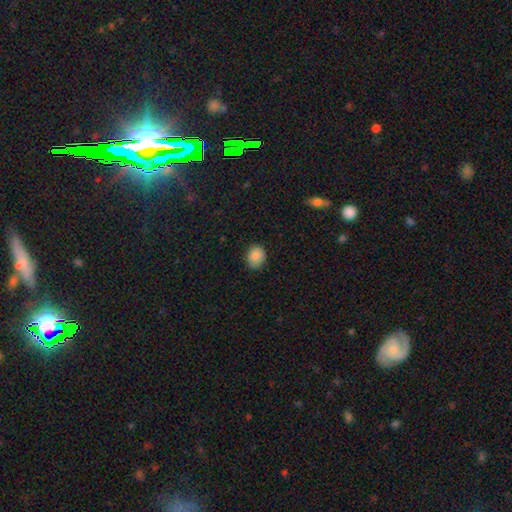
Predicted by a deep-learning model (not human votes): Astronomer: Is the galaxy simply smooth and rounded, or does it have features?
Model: smooth — 87%.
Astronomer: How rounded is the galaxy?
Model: round — 61% (runner-up: in between, 38%).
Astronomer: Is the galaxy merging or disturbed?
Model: none — 85%.